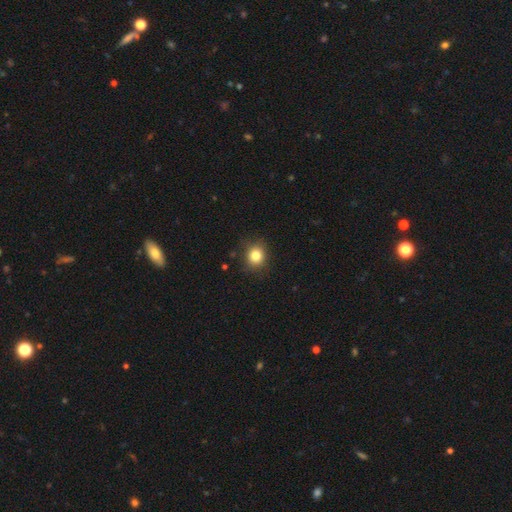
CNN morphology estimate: A smooth galaxy with no disk features (82%) that is round (77%). Merging: none (86%).